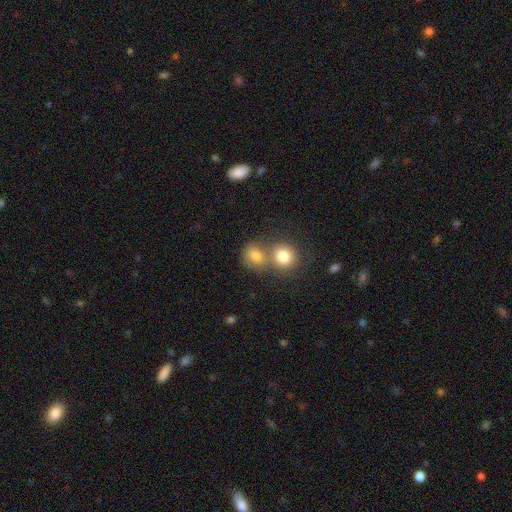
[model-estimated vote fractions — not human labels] The model was most divided on "merging": merger: 50%, none: 38%, minor disturbance: 8%, major disturbance: 4%. More confident: smooth or featured — smooth (79%); how rounded — round (71%).